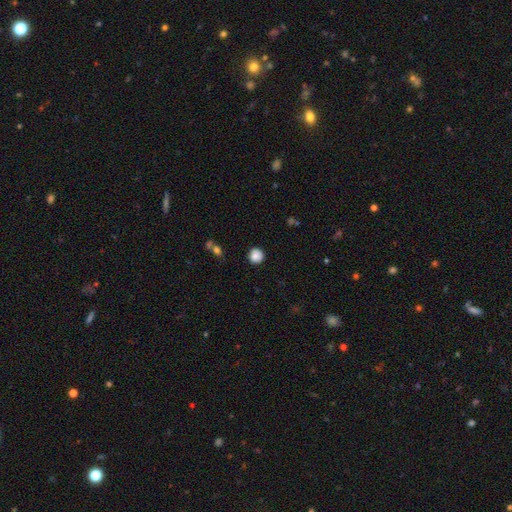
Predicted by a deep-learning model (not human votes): Smooth or featured? smooth (86%)
How rounded? round (91%)
Merging? none (86%)